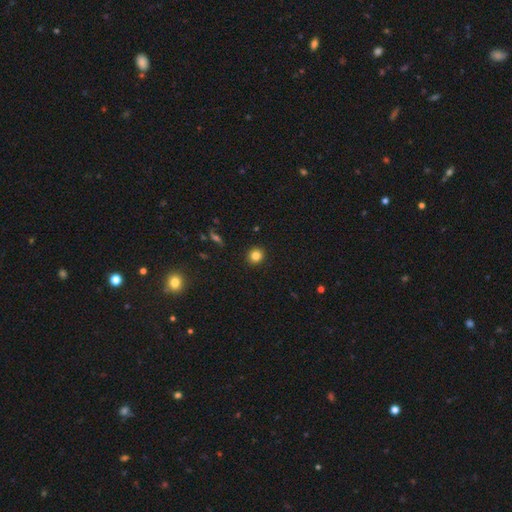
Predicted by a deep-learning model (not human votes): This is clearly a smooth galaxy (83%). How rounded: clearly round (92%). Merging: clearly none (93%).